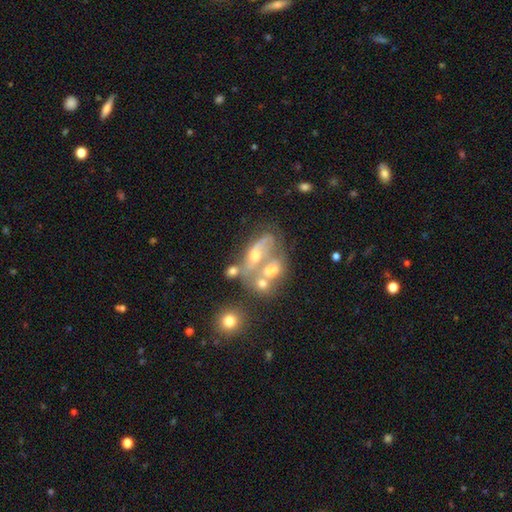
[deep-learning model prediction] smooth-or-featured: featured or disk: 57% | smooth: 28% | star or artifact: 15%
  disk-edge-on: no: 92% | yes: 8%
    bar: no: 78% | weak: 15% | strong: 7%
    has-spiral-arms: no: 69% | yes: 31%
    bulge-size: moderate: 53% | small: 21% | none: 14% | large: 9% | dominant: 3%
  merging: merger: 55% | none: 18% | major disturbance: 17% | minor disturbance: 10%